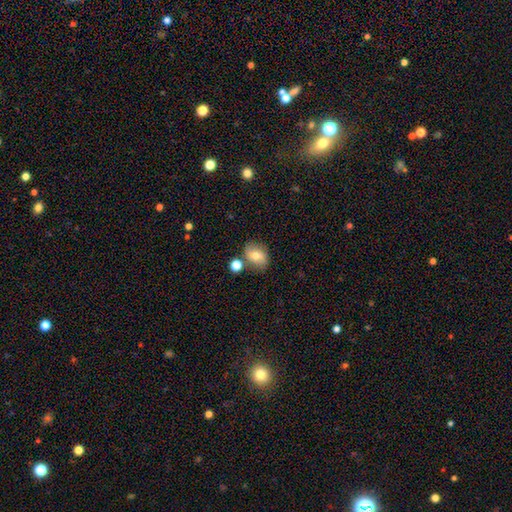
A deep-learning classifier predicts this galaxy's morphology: The model was most divided on "how rounded": in between: 66%, round: 32%, cigar-shaped: 1%. More confident: smooth or featured — smooth (69%); merging — none (68%).